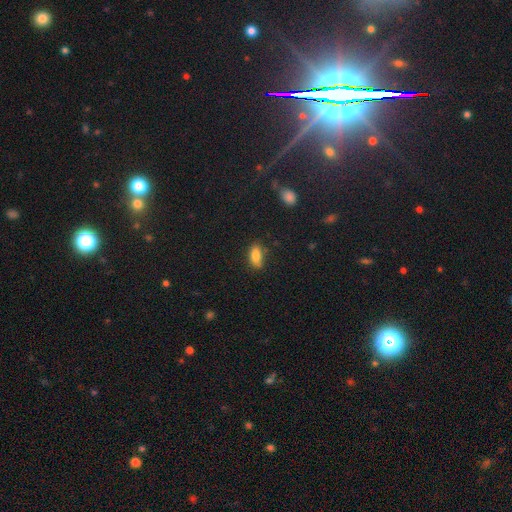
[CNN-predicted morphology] smooth 83%, star or artifact 9%, featured or disk 8%. Down the decision tree: how rounded — in between (85%); merging — none (73%).